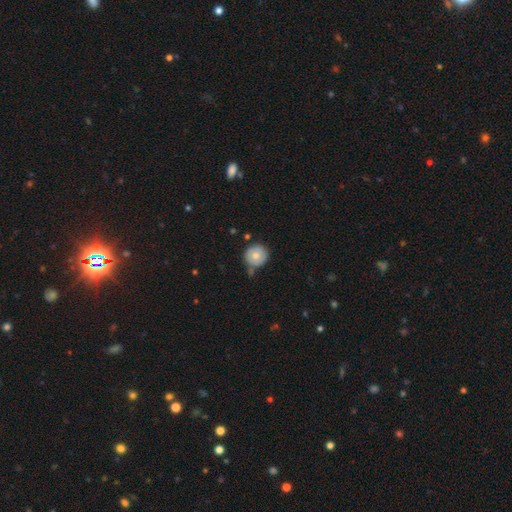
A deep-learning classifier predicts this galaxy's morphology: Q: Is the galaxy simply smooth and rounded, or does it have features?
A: smooth — 71%.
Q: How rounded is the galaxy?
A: round — 94%.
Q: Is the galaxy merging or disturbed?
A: none — 73%.